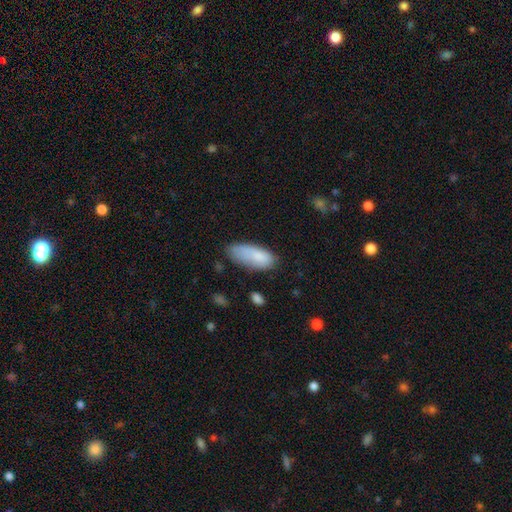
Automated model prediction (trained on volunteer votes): Overall: smooth (83%). How rounded: in between (80%). Merging: none (51%; minor disturbance 34%).